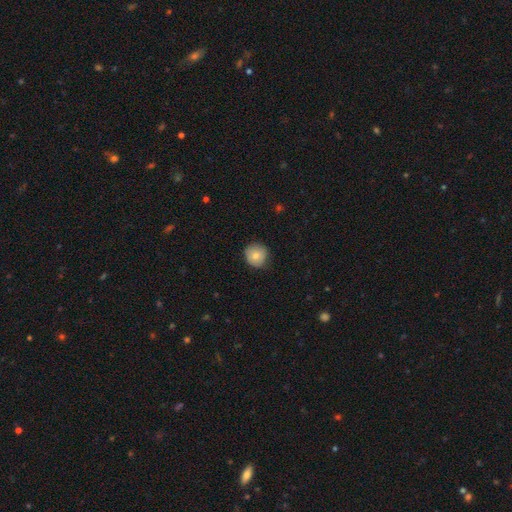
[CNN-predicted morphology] Smooth or featured?
  - smooth: 78% *
  - featured or disk: 14%
  - star or artifact: 8%
How rounded?
  - round: 90% *
  - in between: 9%
  - cigar-shaped: 1%
Merging?
  - none: 81% *
  - minor disturbance: 15%
  - major disturbance: 3%
  - merger: 1%